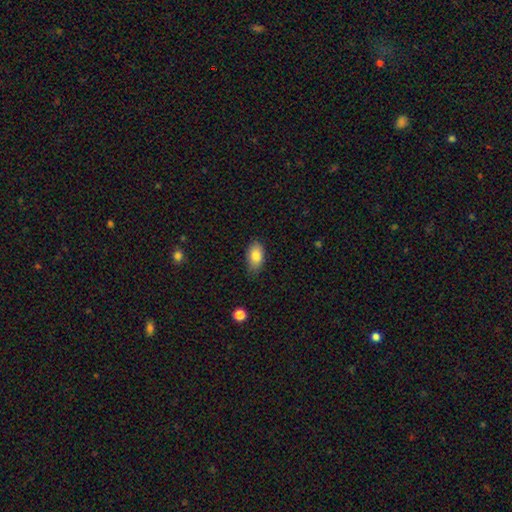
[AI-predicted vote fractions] smooth-or-featured: smooth: 83% | featured or disk: 10% | star or artifact: 8%
  how-rounded: in between: 91% | round: 7% | cigar-shaped: 2%
  merging: none: 79% | minor disturbance: 17% | major disturbance: 3% | merger: 1%